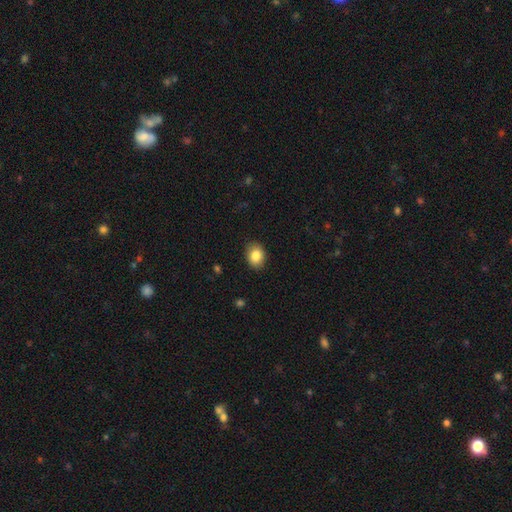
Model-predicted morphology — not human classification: A smooth galaxy with no disk features (85%) that is in between round and cigar-shaped (65%).

Vote fractions:
- Smooth or featured? smooth: 85% / star or artifact: 8% / featured or disk: 7%
- How rounded? in between: 65% / round: 34% / cigar-shaped: 1%
- Merging? none: 87% / minor disturbance: 10% / major disturbance: 2% / merger: 1%